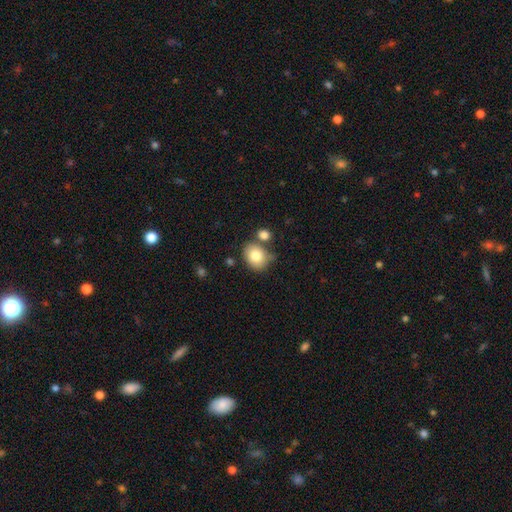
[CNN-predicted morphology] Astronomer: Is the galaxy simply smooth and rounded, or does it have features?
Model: smooth — 80%.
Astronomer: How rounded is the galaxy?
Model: round — 55% (runner-up: in between, 44%).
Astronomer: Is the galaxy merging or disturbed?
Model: none — 65%.